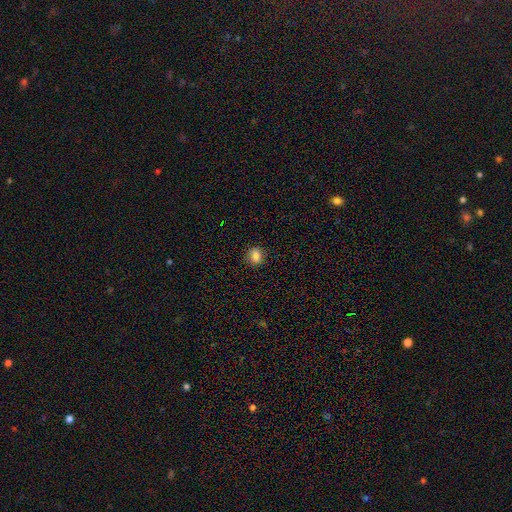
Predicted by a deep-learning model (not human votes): Smooth or featured: smooth — 84% (star or artifact — 11%)
How rounded: round — 57% (in between — 42%)
Merging: none — 85% (minor disturbance — 11%)